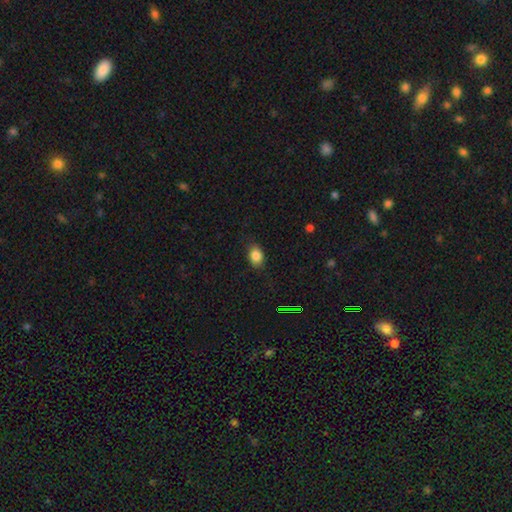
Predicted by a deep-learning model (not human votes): Smooth or featured?
  - smooth: 83% *
  - star or artifact: 10%
  - featured or disk: 7%
How rounded?
  - in between: 77% *
  - round: 21%
  - cigar-shaped: 2%
Merging?
  - none: 81% *
  - minor disturbance: 15%
  - major disturbance: 3%
  - merger: 1%